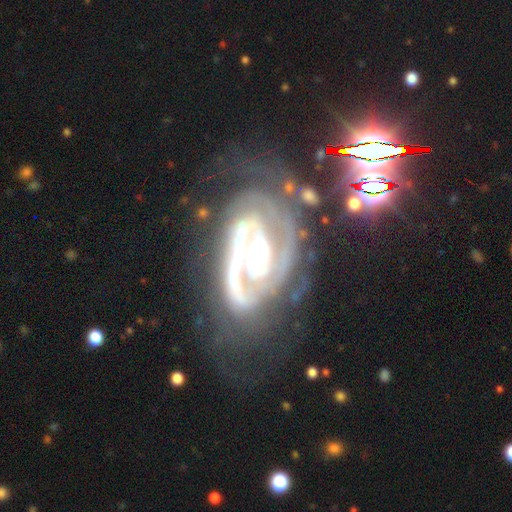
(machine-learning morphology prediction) This is clearly a featured or disk galaxy (91%). It is clearly not viewed edge-on (96%). Bar: marginally strong (41%). Spiral arm pattern: clearly yes (97%). Spiral arm count: likely 2 (74%). Spiral winding: possibly tight (58%). Central bulge: possibly moderate (57%). Merging: possibly none (56%).